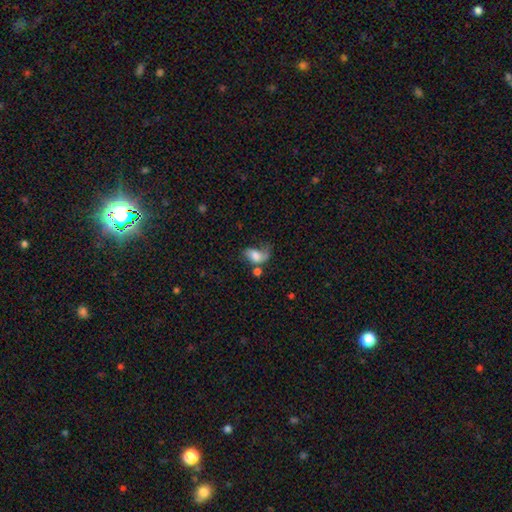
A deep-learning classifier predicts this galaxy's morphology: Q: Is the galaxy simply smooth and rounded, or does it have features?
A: smooth — 57%.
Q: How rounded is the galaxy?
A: in between — 84%.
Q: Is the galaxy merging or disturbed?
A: major disturbance — 35%.